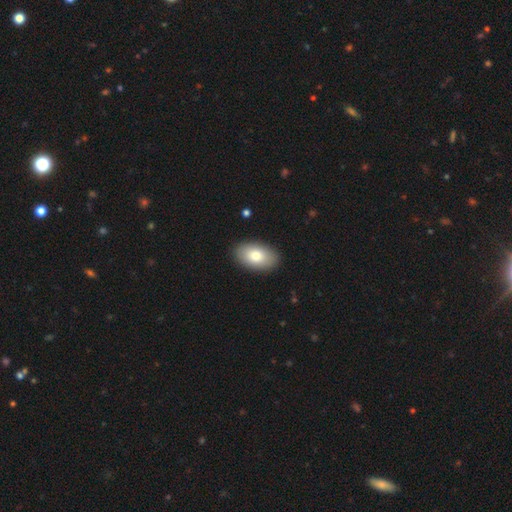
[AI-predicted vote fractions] The model was most divided on "smooth or featured": smooth: 79%, featured or disk: 15%, star or artifact: 6%. More confident: how rounded — in between (93%); merging — none (90%).